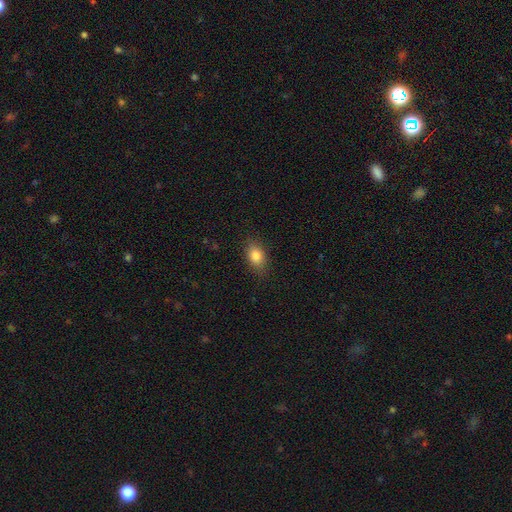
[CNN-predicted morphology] Smooth or featured? Predicted: smooth (p=0.84). How rounded? Predicted: in between (p=0.79). Merging? Predicted: none (p=0.84).